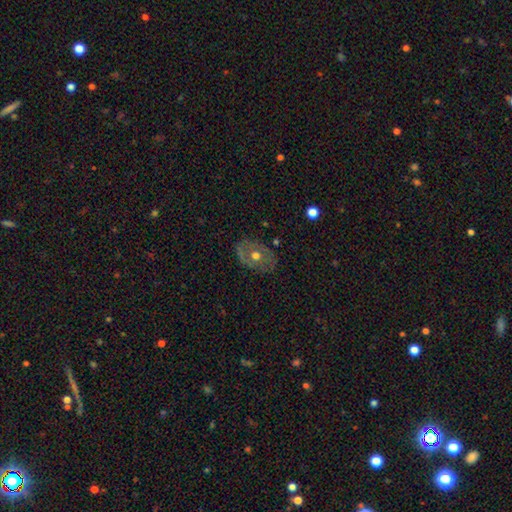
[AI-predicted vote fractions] This is possibly a featured or disk galaxy (51%). It is clearly not viewed edge-on (92%). Merging: likely none (75%).